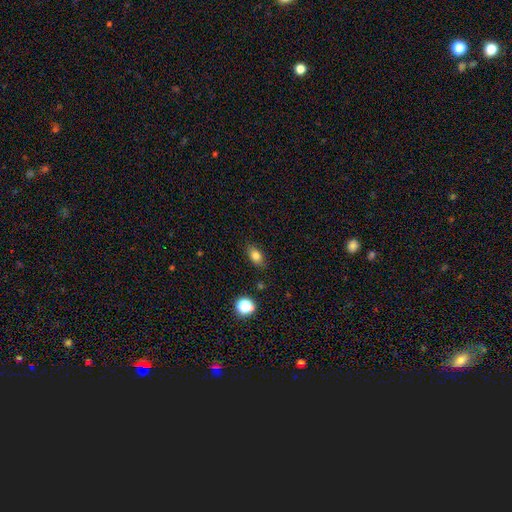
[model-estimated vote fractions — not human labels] Smooth or featured? smooth (80%)
How rounded? in between (81%)
Merging? none (84%)